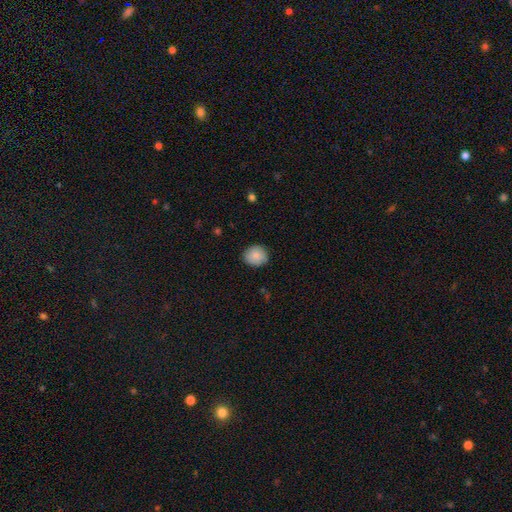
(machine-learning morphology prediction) smooth_or_featured: smooth (p=0.87) [alt: star or artifact p=0.07]
how_rounded: round (p=0.79) [alt: in between p=0.20]
merging: none (p=0.84) [alt: minor disturbance p=0.13]